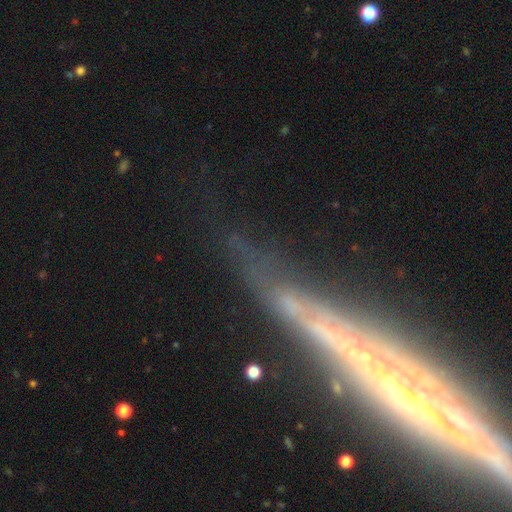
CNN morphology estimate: This appears to be a featured or disk galaxy (69%) viewed edge-on (83%) with no central bulge (63%). Merging: none (65%).